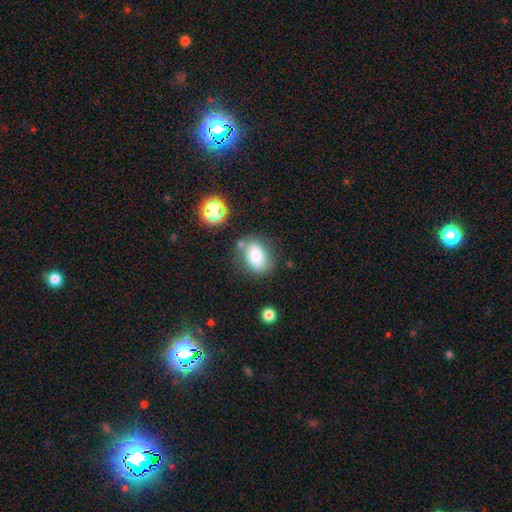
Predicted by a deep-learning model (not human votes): Smooth or featured? Predicted: smooth (p=0.74). How rounded? Predicted: in between (p=0.76). Merging? Predicted: none (p=0.67).